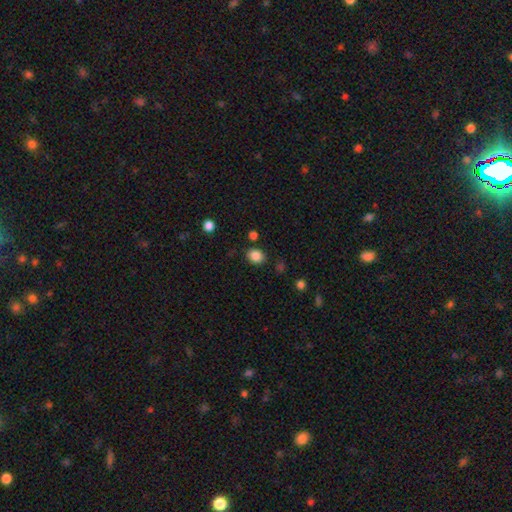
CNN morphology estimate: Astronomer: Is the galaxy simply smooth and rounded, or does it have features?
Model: smooth — 85%.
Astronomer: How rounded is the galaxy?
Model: round — 52% (runner-up: in between, 47%).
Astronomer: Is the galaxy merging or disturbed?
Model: none — 83%.